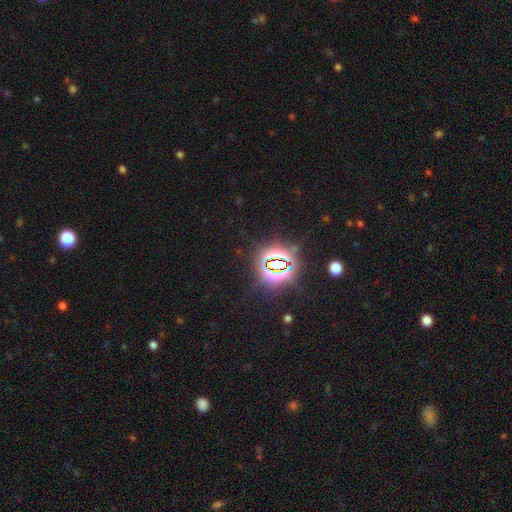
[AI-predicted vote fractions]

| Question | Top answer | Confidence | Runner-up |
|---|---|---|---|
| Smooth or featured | star or artifact | 83% | smooth (11%) |